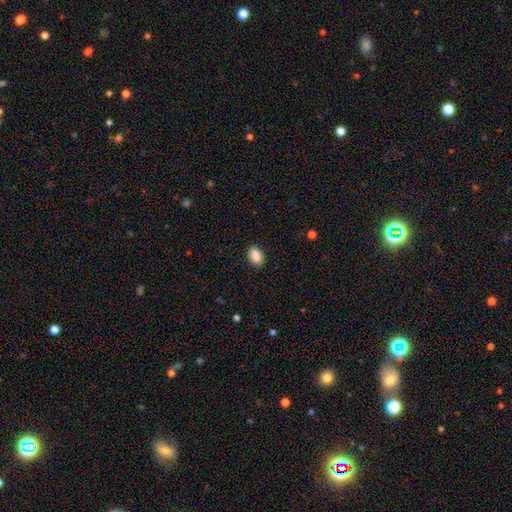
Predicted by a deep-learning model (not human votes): Morphology: type=smooth (89%); roundness=in between (89%); merging=none (88%).